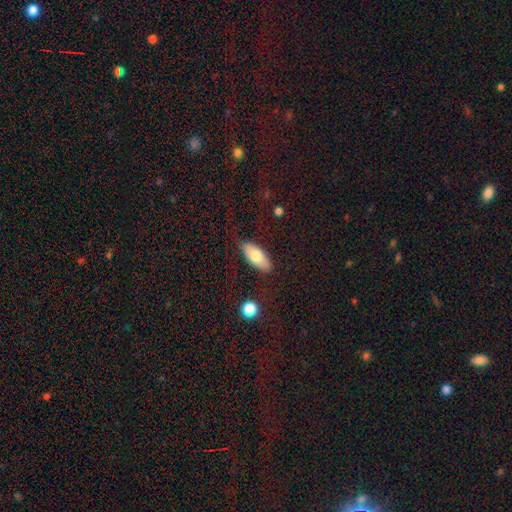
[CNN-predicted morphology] Smooth or featured?
  - smooth: 74% *
  - featured or disk: 20%
  - star or artifact: 6%
How rounded?
  - in between: 83% *
  - cigar-shaped: 15%
  - round: 2%
Merging?
  - none: 82% *
  - minor disturbance: 13%
  - major disturbance: 3%
  - merger: 2%